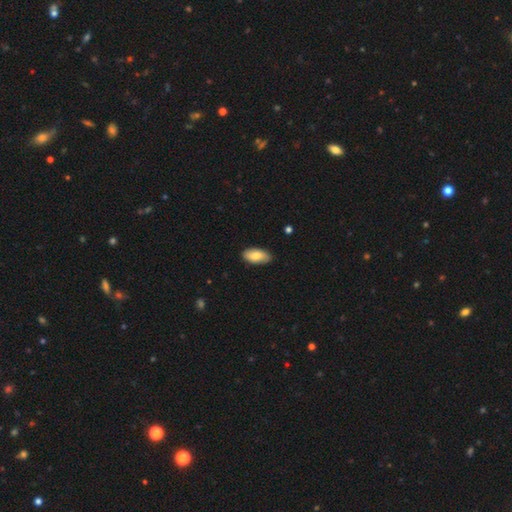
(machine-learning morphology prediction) This appears to be a smooth galaxy with no disk features (81%) that is in between round and cigar-shaped (93%). Merging: none (84%).